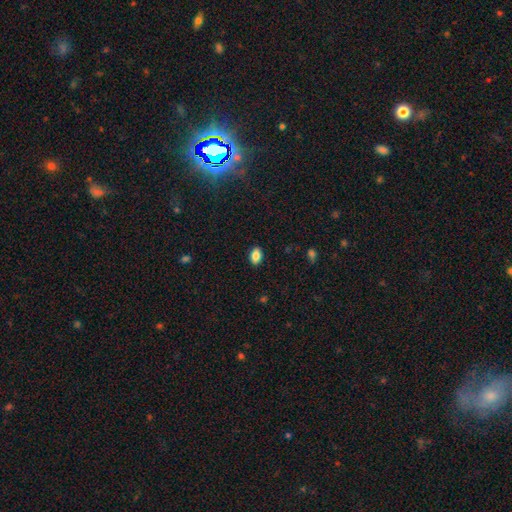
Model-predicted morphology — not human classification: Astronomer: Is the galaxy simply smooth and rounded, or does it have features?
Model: smooth — 84%.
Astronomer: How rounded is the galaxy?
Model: in between — 86%.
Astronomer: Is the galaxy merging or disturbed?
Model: none — 89%.